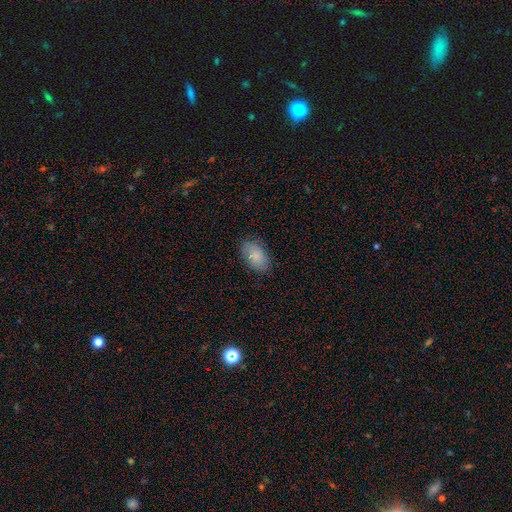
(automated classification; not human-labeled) smooth 84%, featured or disk 9%, star or artifact 6%. Down the decision tree: how rounded — in between (92%); merging — none (83%).